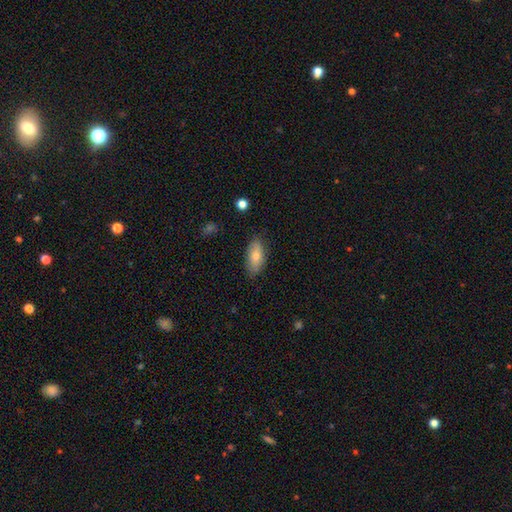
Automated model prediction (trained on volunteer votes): This appears to be a smooth galaxy with no disk features (72%) that is in between round and cigar-shaped (86%). Merging: none (83%).